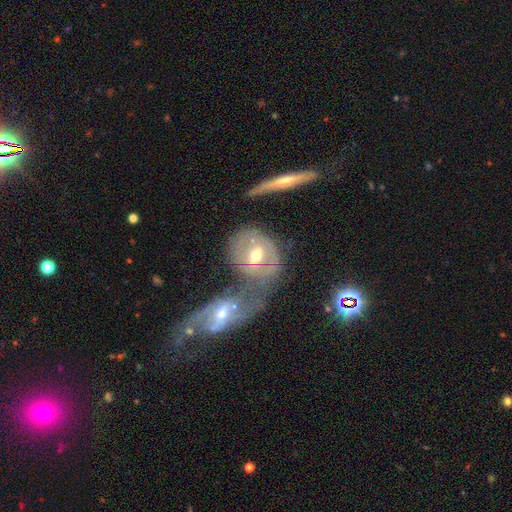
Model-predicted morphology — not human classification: Smooth or featured: featured or disk — 61% (smooth — 32%)
Edge-on disk: no — 92% (yes — 8%)
Bar: no — 41% (weak — 39%)
Spiral arms: no — 53% (yes — 47%)
Bulge size: moderate — 75% (small — 14%)
Merging: merger — 54% (none — 23%)